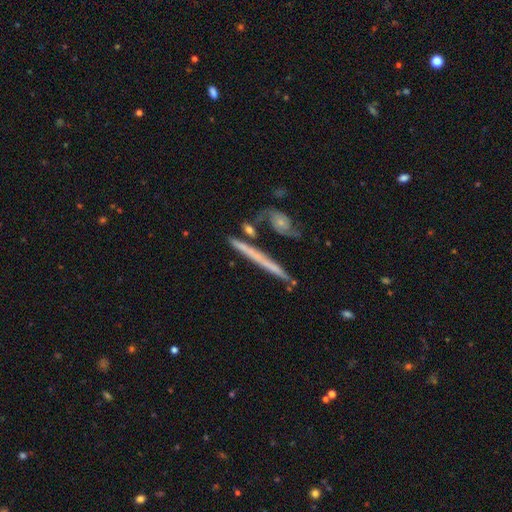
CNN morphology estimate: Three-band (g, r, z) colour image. It shows a featured or disk galaxy (59%) viewed edge-on (87%) with no central bulge (84%). Merging: none (73%).